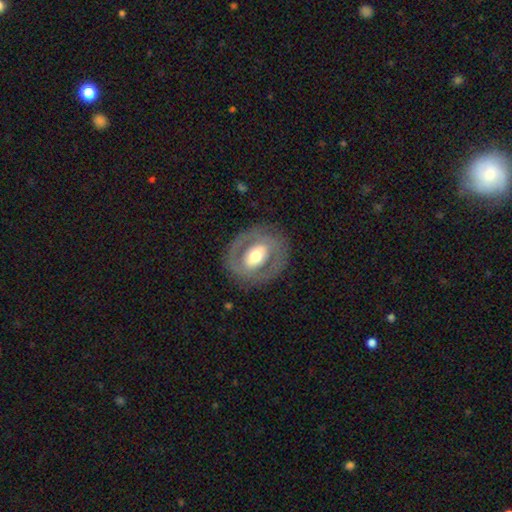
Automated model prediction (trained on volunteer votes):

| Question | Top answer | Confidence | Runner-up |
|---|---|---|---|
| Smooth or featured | featured or disk | 64% | smooth (30%) |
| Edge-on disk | no | 94% | yes (6%) |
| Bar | no | 41% | weak (32%) |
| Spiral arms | no | 64% | yes (36%) |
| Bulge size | moderate | 63% | large (24%) |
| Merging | none | 80% | minor disturbance (12%) |